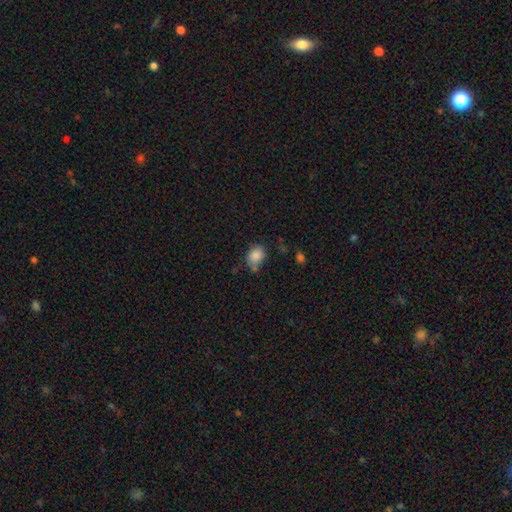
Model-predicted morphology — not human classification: This appears to be a smooth galaxy with no disk features (85%) that is round (50%). Merging: none (59%).